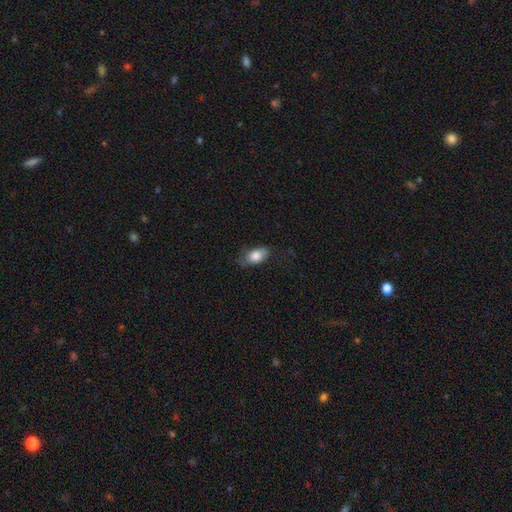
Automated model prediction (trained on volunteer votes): Morphology: type=smooth (80%); roundness=in between (85%); merging=none (58%).